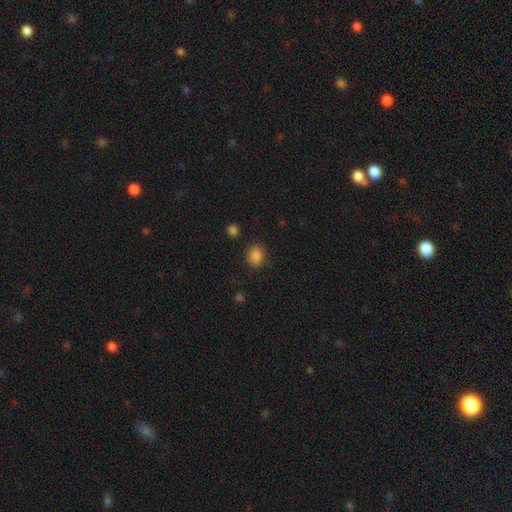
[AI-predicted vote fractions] Smooth or featured? smooth (86%)
How rounded? round (63%)
Merging? none (85%)